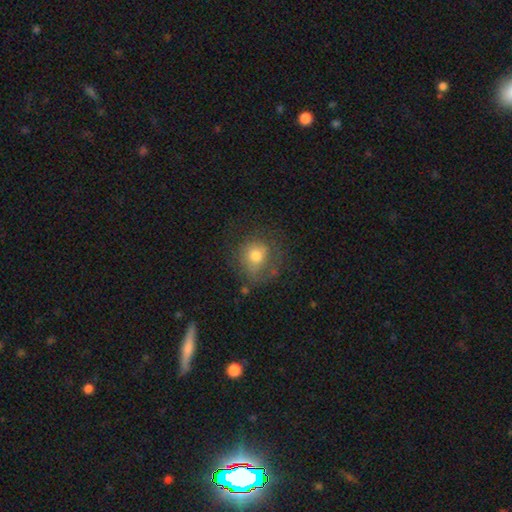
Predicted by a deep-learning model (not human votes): The model was most divided on "merging": none: 58%, minor disturbance: 22%, major disturbance: 18%, merger: 3%. More confident: how rounded — round (82%); smooth or featured — smooth (67%).